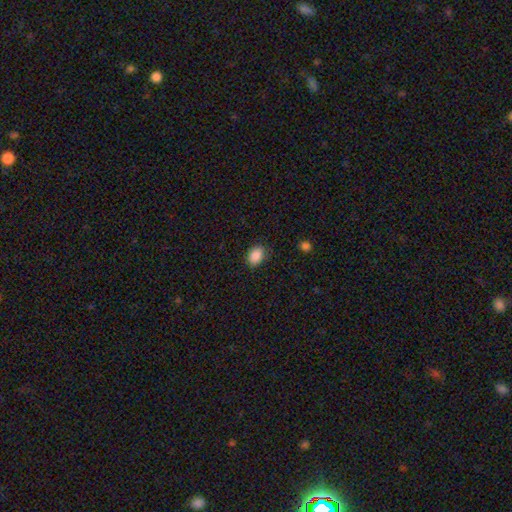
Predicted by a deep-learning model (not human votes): smooth 88%, star or artifact 8%, featured or disk 4%. Down the decision tree: how rounded — in between (70%); merging — none (81%).